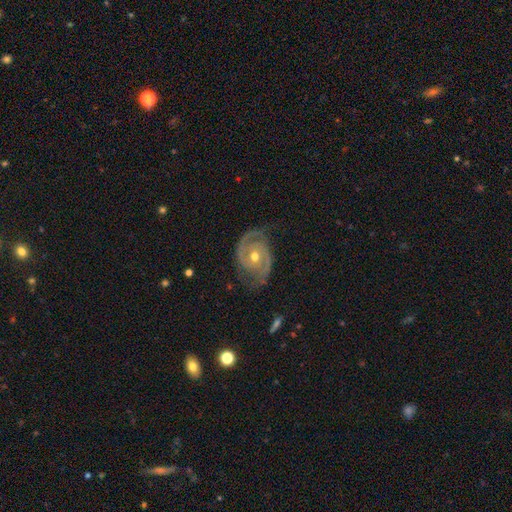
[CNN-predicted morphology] Smooth or featured?
  - featured or disk: 90% *
  - star or artifact: 5%
  - smooth: 4%
Edge-on disk?
  - no: 97% *
  - yes: 3%
Bar?
  - no: 72% *
  - weak: 22%
  - strong: 7%
Spiral arms?
  - yes: 97% *
  - no: 3%
Spiral winding?
  - tight: 49% *
  - medium: 41%
  - loose: 10%
Spiral arm count?
  - 2: 89% *
  - can't tell: 3%
  - 3: 3%
  - 1: 2%
  - 4: 1%
  - more than 4: 1%
Bulge size?
  - moderate: 66% *
  - small: 31%
  - large: 2%
  - none: 1%
  - dominant: 1%
Merging?
  - none: 76% *
  - minor disturbance: 17%
  - major disturbance: 6%
  - merger: 1%